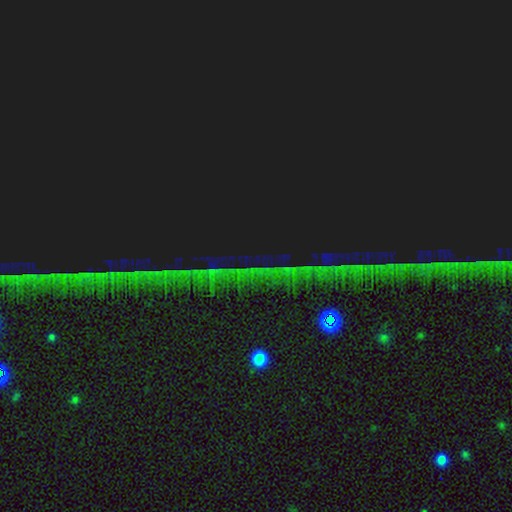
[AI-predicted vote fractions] star or artifact 86%, smooth 7%, featured or disk 7%.